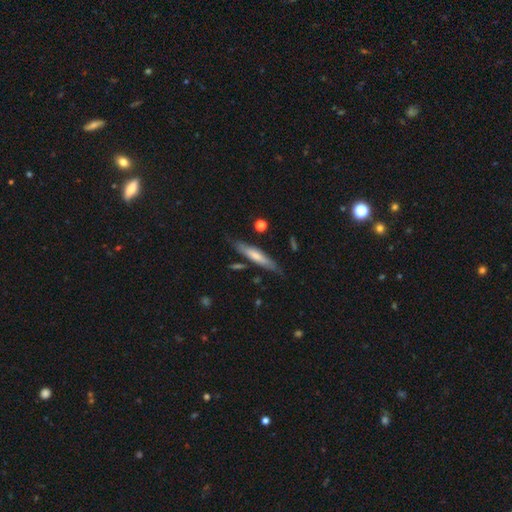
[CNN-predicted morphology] Smooth or featured? smooth (57%)
How rounded? cigar-shaped (85%)
Merging? none (77%)